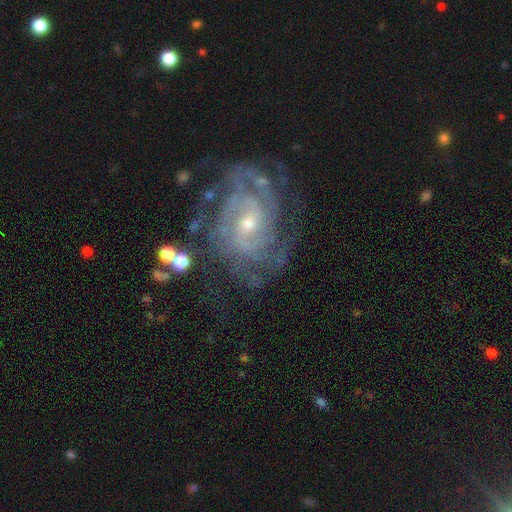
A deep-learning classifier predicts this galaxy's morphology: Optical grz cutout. It shows a featured or disk galaxy (87%) with a weak bar (43%), tight (71%) spiral arms (97%) and a small central bulge (59%). Merging: none (73%).